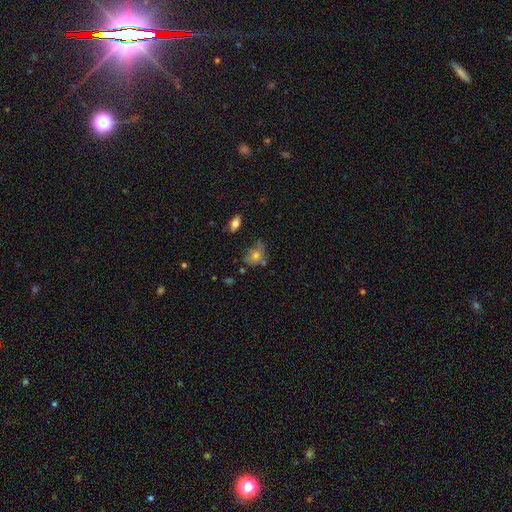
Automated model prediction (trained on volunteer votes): smooth 64%, featured or disk 23%, star or artifact 13%. Down the decision tree: how rounded — round (50%); merging — none (49%).